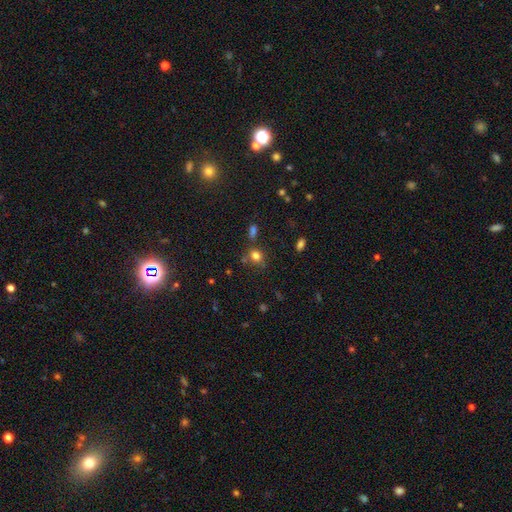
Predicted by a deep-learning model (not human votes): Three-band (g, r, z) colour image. It shows a smooth galaxy with no disk features (77%) that is round (64%). Merging: none (66%).